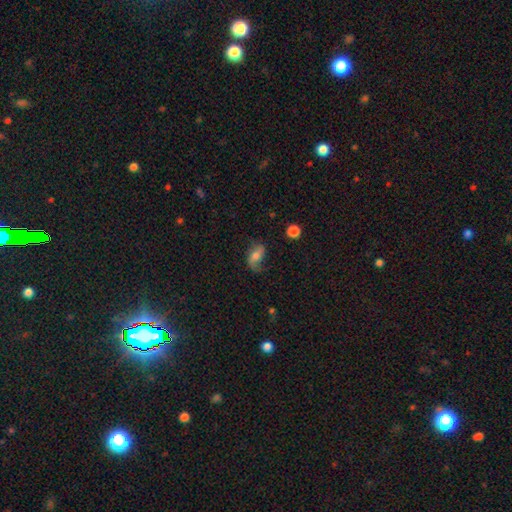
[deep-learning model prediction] Smooth or featured: featured or disk — 51% (smooth — 40%)
Edge-on disk: no — 93% (yes — 7%)
Merging: none — 59% (minor disturbance — 25%)